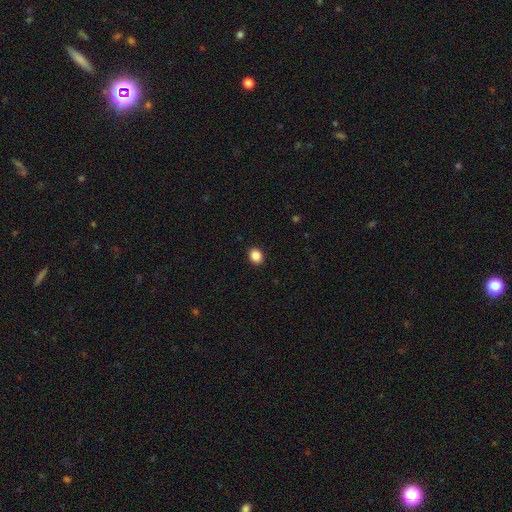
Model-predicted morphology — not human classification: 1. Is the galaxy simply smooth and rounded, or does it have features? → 88% smooth, 9% star or artifact, 3% featured or disk.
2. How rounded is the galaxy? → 58% round, 41% in between, 1% cigar-shaped.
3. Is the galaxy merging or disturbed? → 92% none, 5% minor disturbance, 2% major disturbance, 1% merger.